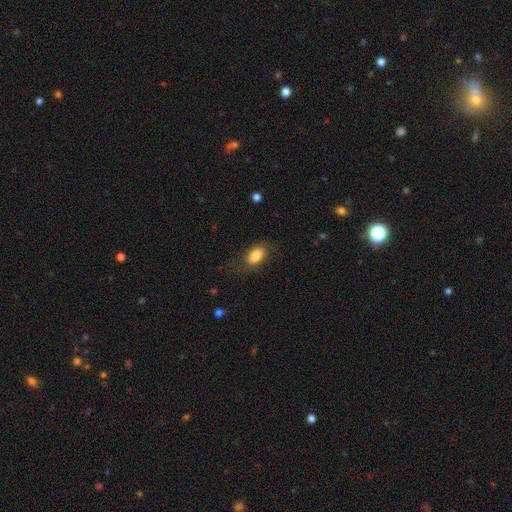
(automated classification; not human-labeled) A smooth galaxy with no disk features (78%) that is in between round and cigar-shaped (88%).

Vote fractions:
- Smooth or featured? smooth: 78% / featured or disk: 14% / star or artifact: 8%
- How rounded? in between: 88% / round: 10% / cigar-shaped: 3%
- Merging? none: 71% / minor disturbance: 19% / major disturbance: 9% / merger: 1%